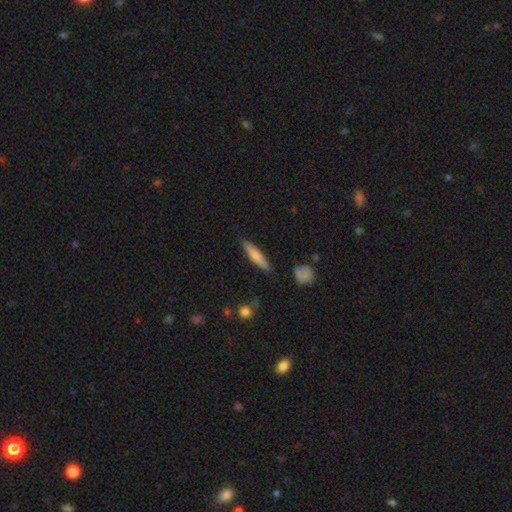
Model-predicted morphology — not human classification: Smooth or featured? Predicted: smooth (p=0.67). How rounded? Predicted: cigar-shaped (p=0.85). Merging? Predicted: none (p=0.86).